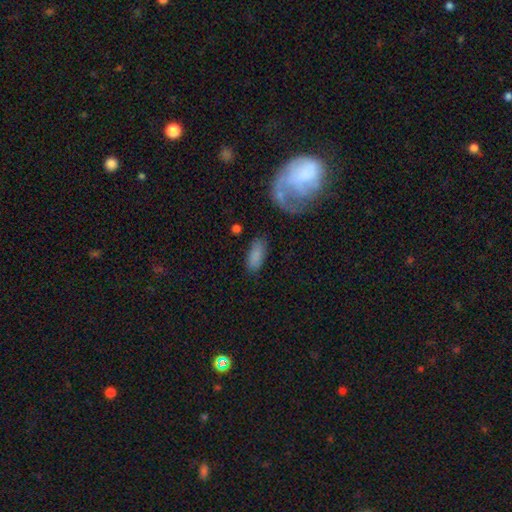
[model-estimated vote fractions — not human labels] Morphology: type=smooth (80%); roundness=in between (83%); merging=none (75%).